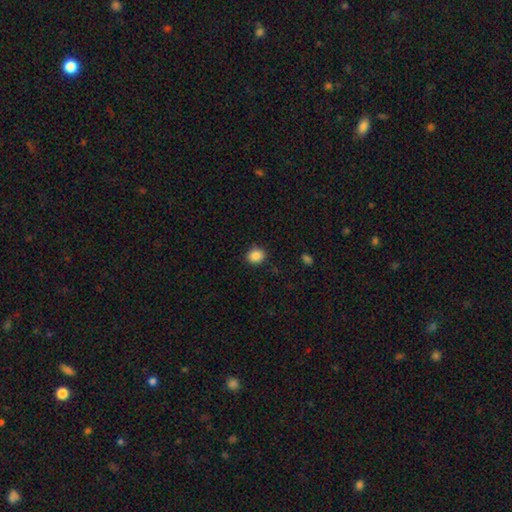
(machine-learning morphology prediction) Smooth or featured? Predicted: smooth (p=0.86). How rounded? Predicted: round (p=0.66). Merging? Predicted: none (p=0.89).